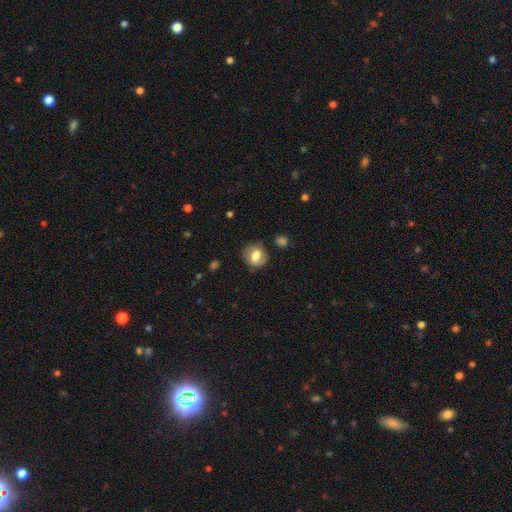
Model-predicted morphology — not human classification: smooth 71%, featured or disk 20%, star or artifact 8%. Down the decision tree: how rounded — round (76%); merging — none (76%).